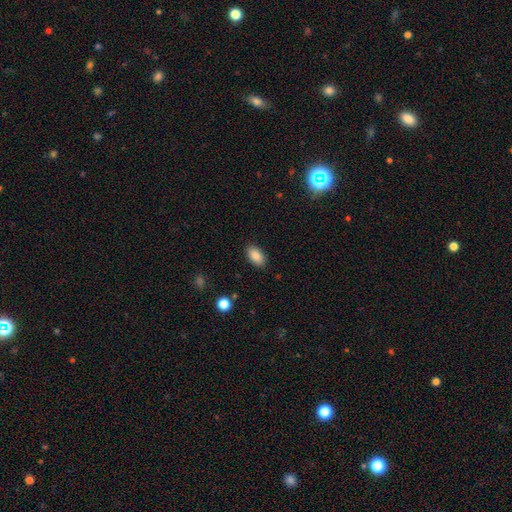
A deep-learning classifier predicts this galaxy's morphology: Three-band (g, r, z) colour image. It shows a smooth galaxy with no disk features (87%) that is in between round and cigar-shaped (93%). Merging: none (88%).